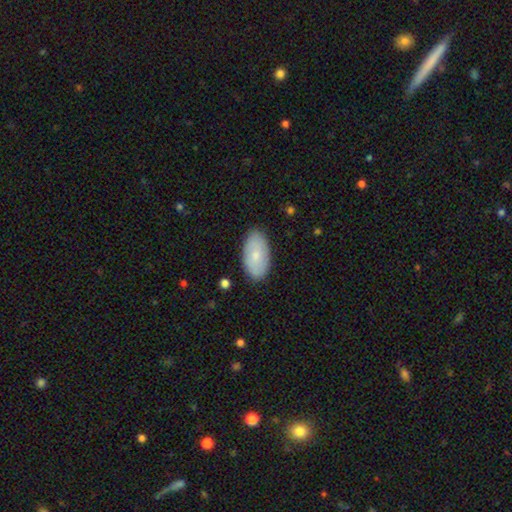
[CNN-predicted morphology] This appears to be a smooth galaxy with no disk features (74%) that is in between round and cigar-shaped (95%). Merging: none (86%).